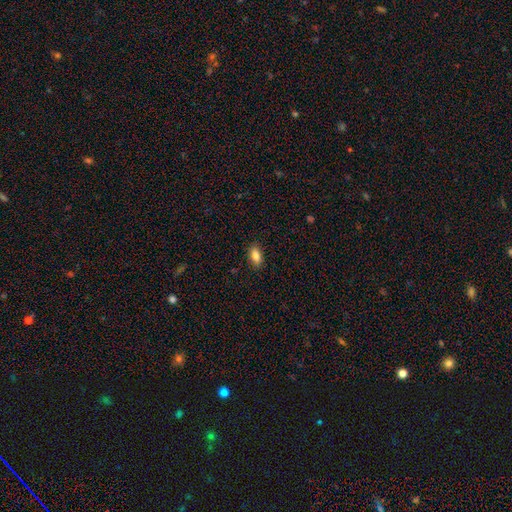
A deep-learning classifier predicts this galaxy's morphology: This appears to be a smooth galaxy with no disk features (86%) that is in between round and cigar-shaped (89%). Merging: none (88%).